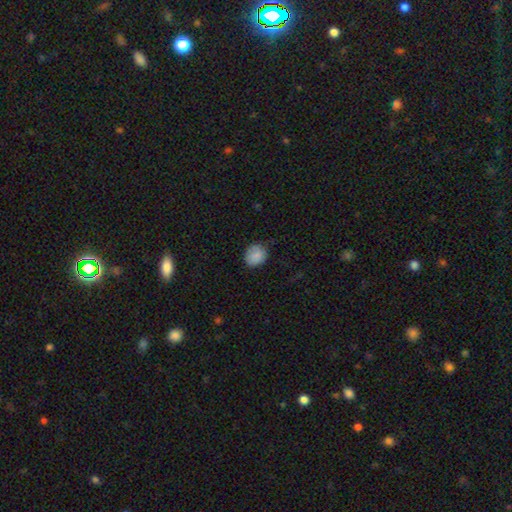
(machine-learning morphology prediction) Smooth or featured?
  - smooth: 86% *
  - star or artifact: 8%
  - featured or disk: 6%
How rounded?
  - round: 75% *
  - in between: 24%
  - cigar-shaped: 1%
Merging?
  - none: 75% *
  - minor disturbance: 20%
  - major disturbance: 4%
  - merger: 1%